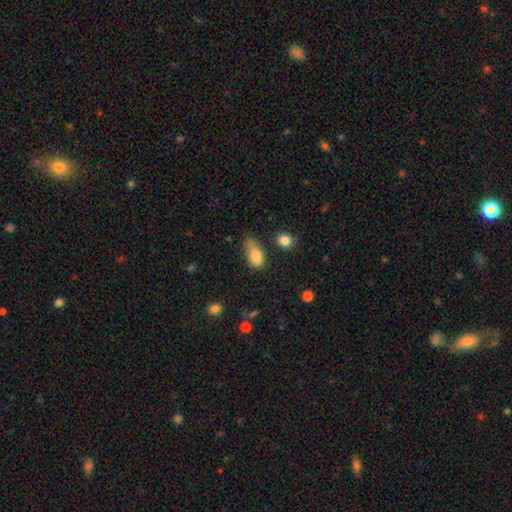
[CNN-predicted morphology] smooth 82%, featured or disk 9%, star or artifact 9%. Down the decision tree: how rounded — in between (86%); merging — minor disturbance (43%).